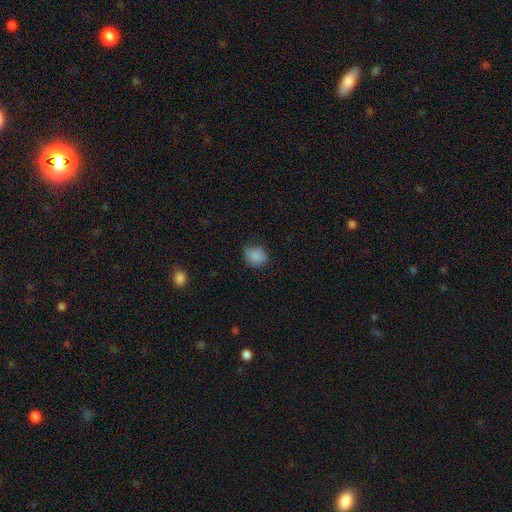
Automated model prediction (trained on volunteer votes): Overall: smooth (84%). How rounded: round (66%; in between 33%). Merging: none (68%).